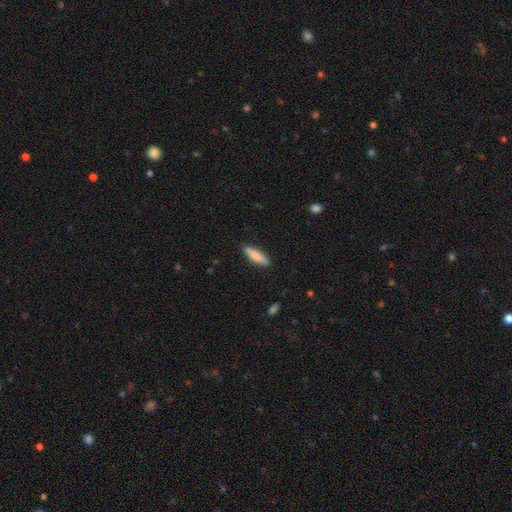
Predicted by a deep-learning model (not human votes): Smooth or featured?
  - smooth: 81% *
  - featured or disk: 14%
  - star or artifact: 6%
How rounded?
  - cigar-shaped: 68% *
  - in between: 30%
  - round: 2%
Merging?
  - none: 88% *
  - minor disturbance: 9%
  - major disturbance: 2%
  - merger: 1%